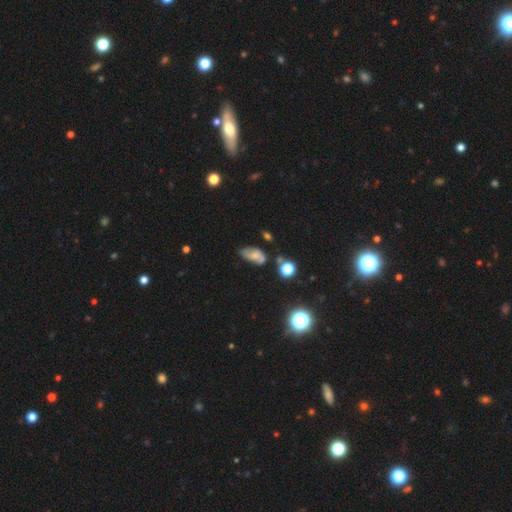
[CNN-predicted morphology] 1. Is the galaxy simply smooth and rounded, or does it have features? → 44% featured or disk, 43% smooth, 13% star or artifact.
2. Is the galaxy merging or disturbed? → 52% none, 30% minor disturbance, 11% major disturbance, 8% merger.